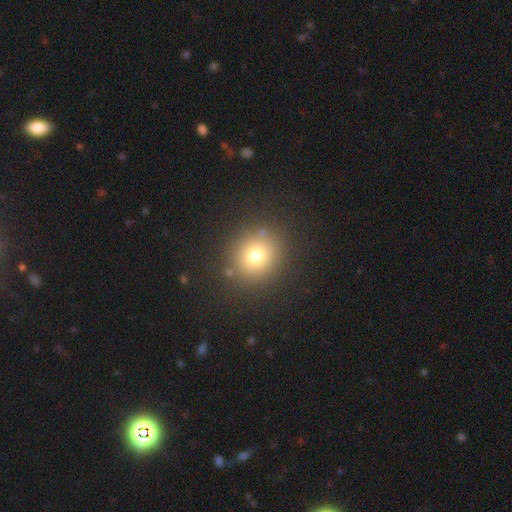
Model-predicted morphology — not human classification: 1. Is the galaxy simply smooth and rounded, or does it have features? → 74% smooth, 16% star or artifact, 10% featured or disk.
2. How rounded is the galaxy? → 86% round, 13% in between, 1% cigar-shaped.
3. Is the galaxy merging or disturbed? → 86% none, 8% minor disturbance, 4% major disturbance, 3% merger.